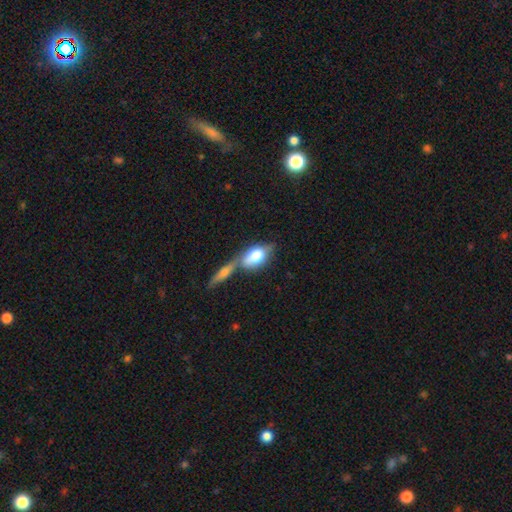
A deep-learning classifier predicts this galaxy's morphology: Smooth or featured? Predicted: smooth (p=0.69). How rounded? Predicted: in between (p=0.83). Merging? Predicted: merger (p=0.49).